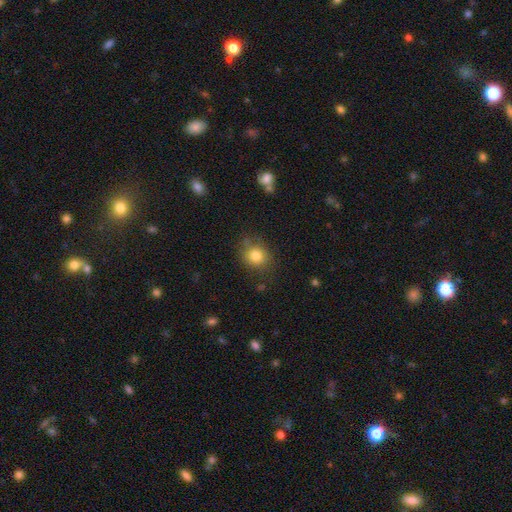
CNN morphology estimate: Overall: smooth (81%). How rounded: round (75%). Merging: none (76%).